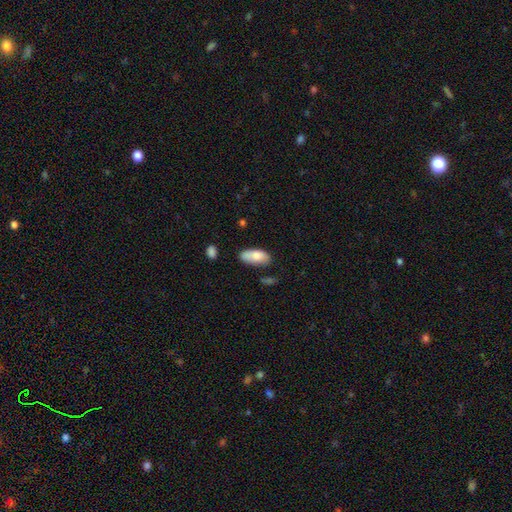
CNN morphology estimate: This appears to be a smooth galaxy with no disk features (78%) that is in between round and cigar-shaped (89%). Merging: none (62%).